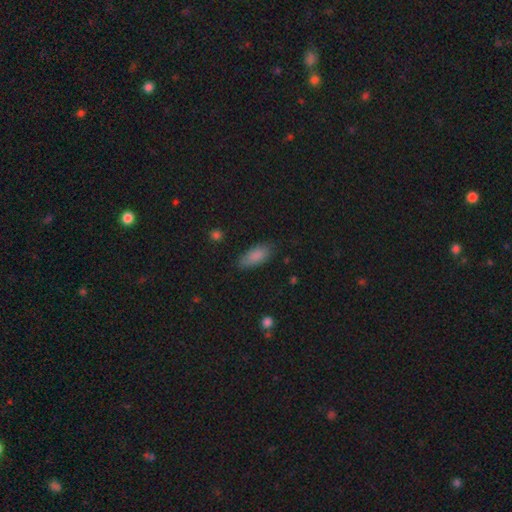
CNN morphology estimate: This is clearly a smooth galaxy (85%). How rounded: clearly in between (83%). Merging: likely none (80%).